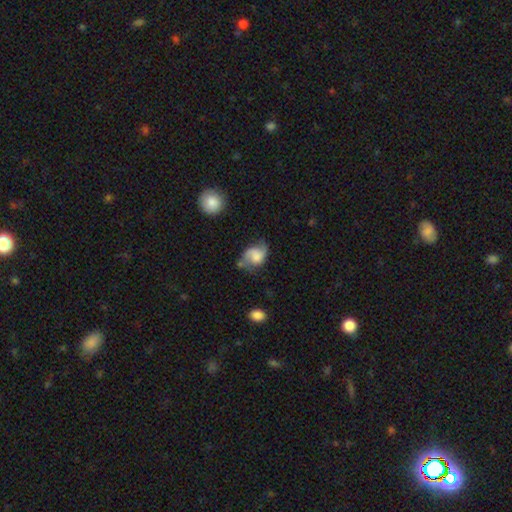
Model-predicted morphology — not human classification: The model was most divided on "bulge size": moderate: 28%, none: 27%, small: 22%, large: 19%, dominant: 4%. Remaining: edge-on disk — no (97%); spiral arms — yes (86%); bar — no (60%); smooth or featured — featured or disk (52%); merging — none (46%).